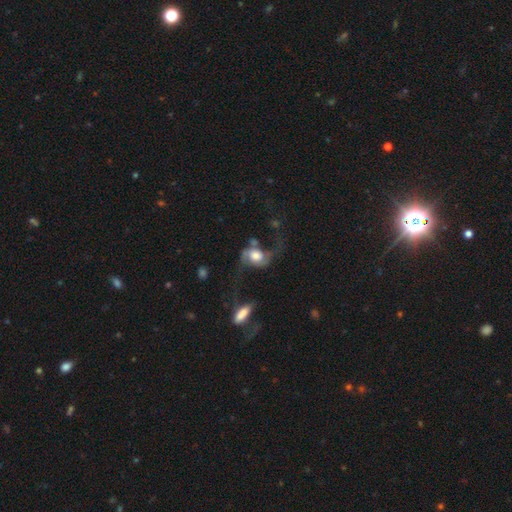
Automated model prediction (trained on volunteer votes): smooth-or-featured: featured or disk: 63% | smooth: 29% | star or artifact: 8%
  disk-edge-on: no: 95% | yes: 5%
    bar: no: 65% | weak: 26% | strong: 8%
    has-spiral-arms: yes: 87% | no: 13%
      spiral-winding: loose: 76% | medium: 19% | tight: 4%
      spiral-arm-count: 2: 87% | 1: 7% | can't tell: 3% | 3: 1% | 4: 1% | more than 4: 1%
    bulge-size: moderate: 44% | large: 37% | small: 9% | dominant: 7% | none: 3%
  merging: none: 35% | major disturbance: 34% | minor disturbance: 17% | merger: 14%